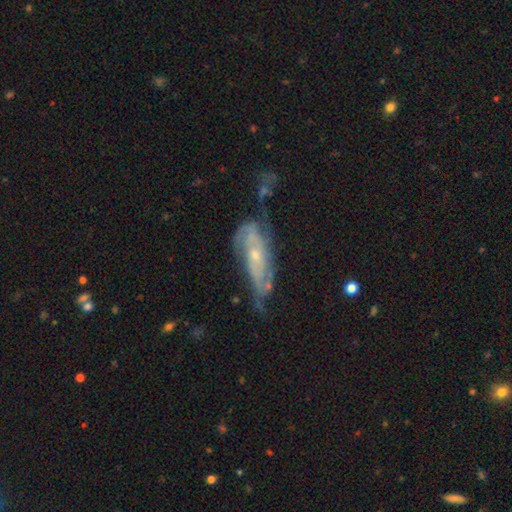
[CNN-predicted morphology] type=featured or disk (77%); edge-on=no (85%); bar=no (66%); spiral arms=yes (85%); winding=tight (48%); arm count=2 (42%); bulge=small (62%); merging=none (44%).